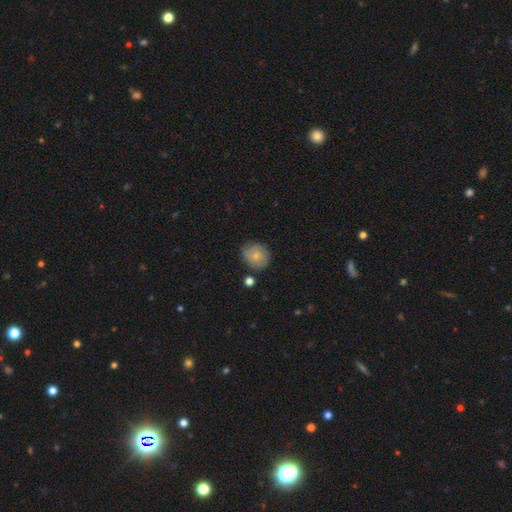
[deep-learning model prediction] smooth 80%, featured or disk 13%, star or artifact 8%. Down the decision tree: how rounded — round (80%); merging — none (75%).